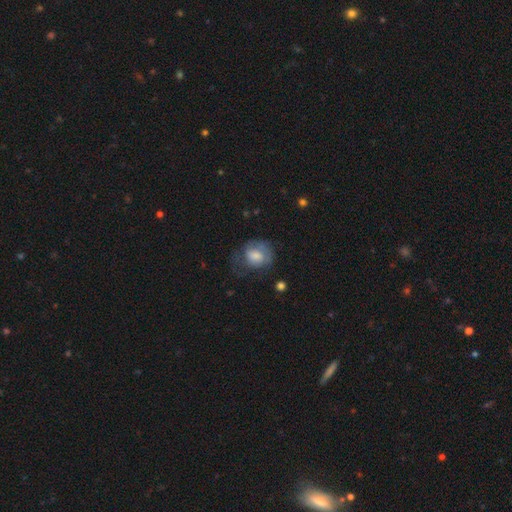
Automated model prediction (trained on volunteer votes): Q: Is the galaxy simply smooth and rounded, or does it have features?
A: smooth — 64%.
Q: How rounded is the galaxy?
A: round — 59%.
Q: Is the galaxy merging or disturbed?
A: none — 40%.